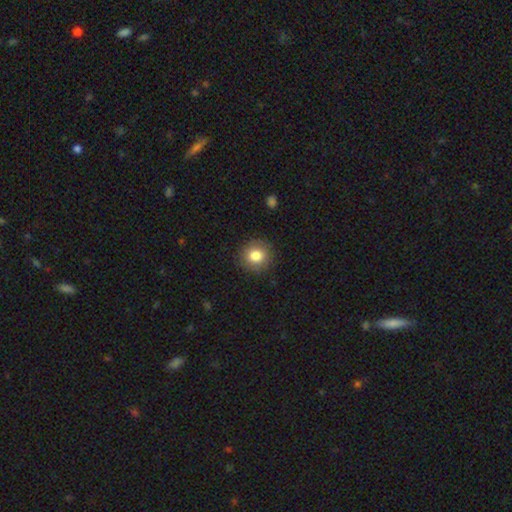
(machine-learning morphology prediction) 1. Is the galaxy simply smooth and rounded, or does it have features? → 82% smooth, 9% star or artifact, 9% featured or disk.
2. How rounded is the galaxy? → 90% round, 9% in between, 1% cigar-shaped.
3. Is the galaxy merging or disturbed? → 89% none, 8% minor disturbance, 3% major disturbance, 1% merger.